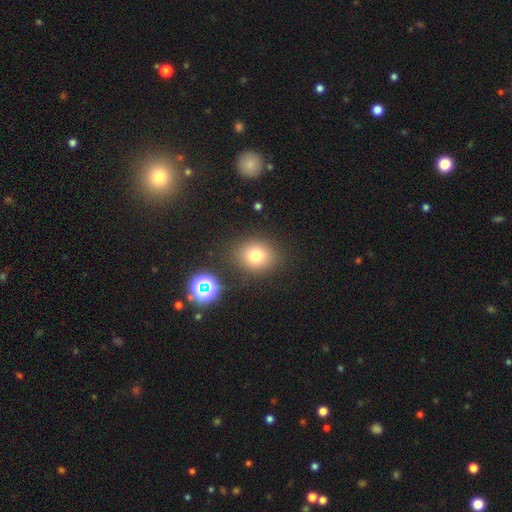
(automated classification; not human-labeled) Smooth or featured?
  - smooth: 76% *
  - star or artifact: 15%
  - featured or disk: 9%
How rounded?
  - round: 69% *
  - in between: 30%
  - cigar-shaped: 1%
Merging?
  - none: 83% *
  - minor disturbance: 10%
  - merger: 4%
  - major disturbance: 4%